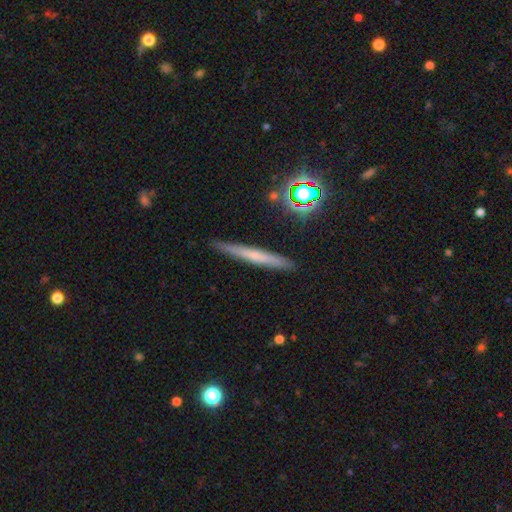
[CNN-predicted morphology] featured or disk 45%, smooth 43%, star or artifact 12%. Down the decision tree: merging — none (89%).